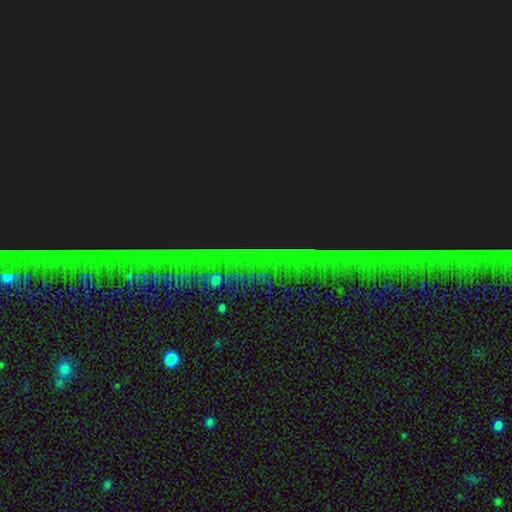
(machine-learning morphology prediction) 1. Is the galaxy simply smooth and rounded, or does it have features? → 86% star or artifact, 7% featured or disk, 6% smooth.